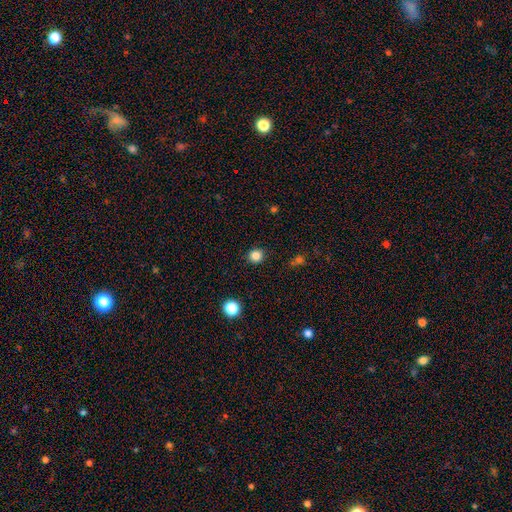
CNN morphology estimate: This is clearly a smooth galaxy (83%). How rounded: clearly round (91%). Merging: clearly none (91%).